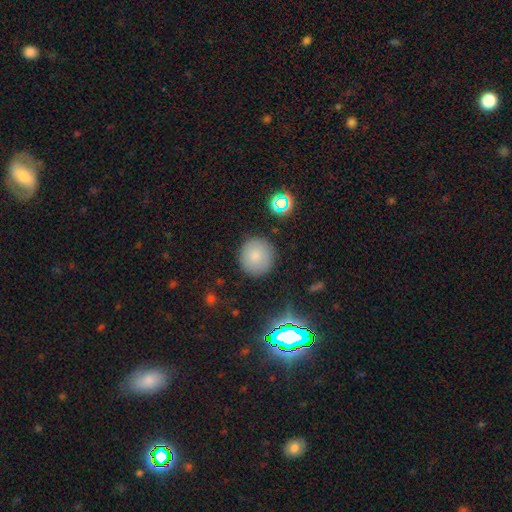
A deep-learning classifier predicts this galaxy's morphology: Smooth or featured?
  - smooth: 80% *
  - star or artifact: 11%
  - featured or disk: 9%
How rounded?
  - round: 92% *
  - in between: 7%
  - cigar-shaped: 1%
Merging?
  - none: 87% *
  - minor disturbance: 8%
  - major disturbance: 3%
  - merger: 2%